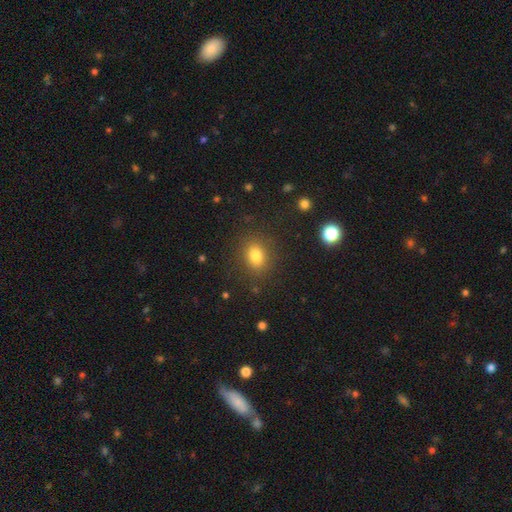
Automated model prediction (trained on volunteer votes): Smooth or featured? smooth (81%)
How rounded? in between (61%)
Merging? none (85%)